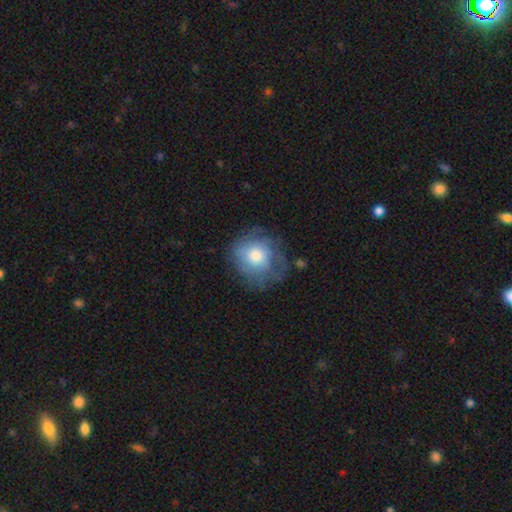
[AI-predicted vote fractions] The model was most divided on "smooth or featured": smooth: 58%, featured or disk: 33%, star or artifact: 9%. More confident: how rounded — round (82%); merging — none (57%).